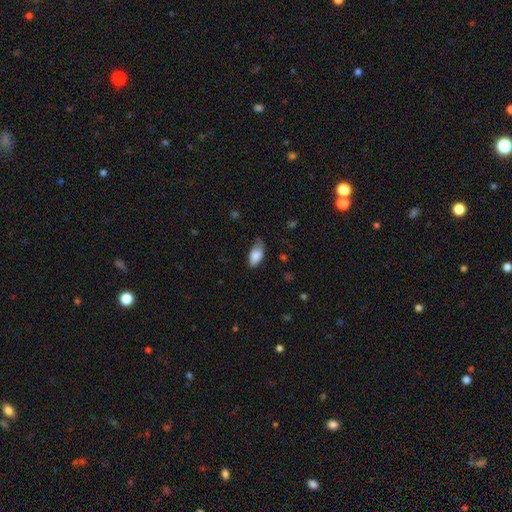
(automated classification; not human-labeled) Smooth or featured: smooth — 85% (featured or disk — 9%)
How rounded: in between — 93% (cigar-shaped — 4%)
Merging: none — 52% (minor disturbance — 37%)